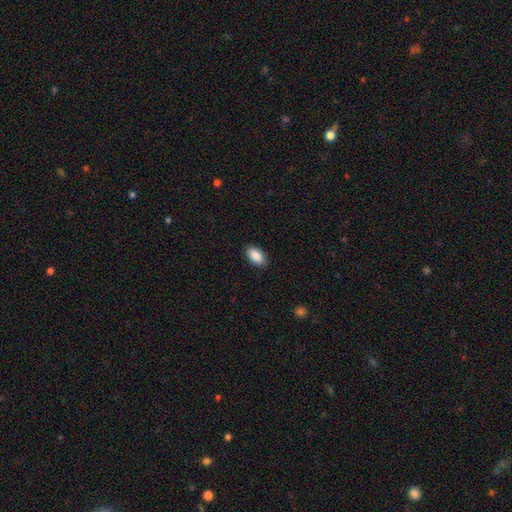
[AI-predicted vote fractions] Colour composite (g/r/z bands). It shows a smooth galaxy with no disk features (90%) that is in between round and cigar-shaped (94%). Merging: none (89%).